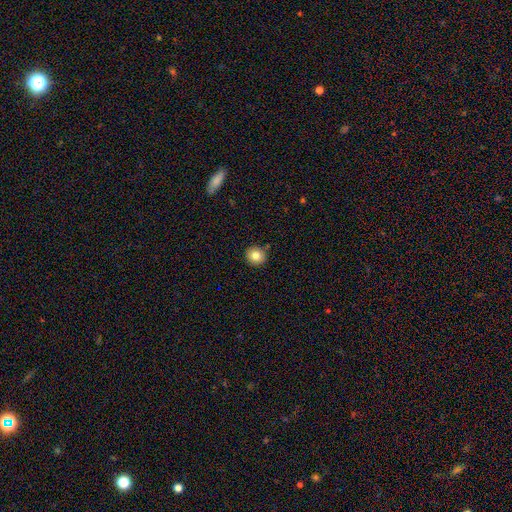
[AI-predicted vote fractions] This is clearly a smooth galaxy (81%). How rounded: clearly round (92%). Merging: clearly none (87%).